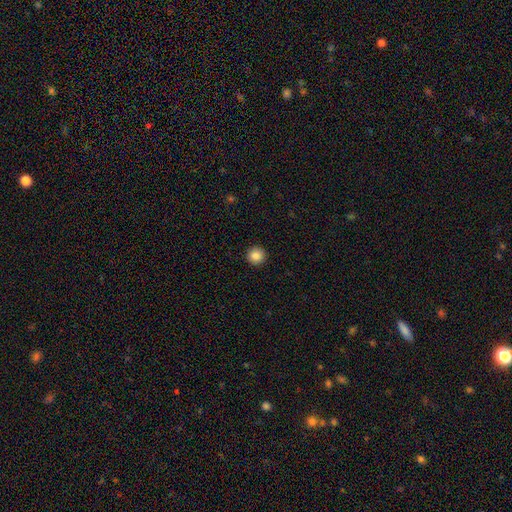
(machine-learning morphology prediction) The model was most divided on "smooth or featured": smooth: 86%, star or artifact: 10%, featured or disk: 4%. More confident: how rounded — round (96%); merging — none (93%).